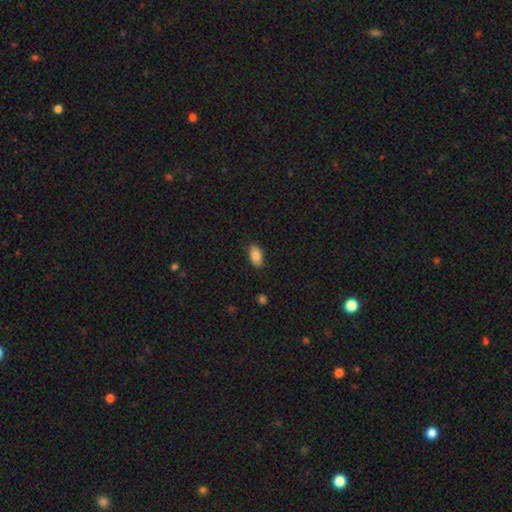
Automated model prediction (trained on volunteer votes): Smooth or featured? smooth (86%)
How rounded? in between (92%)
Merging? none (83%)